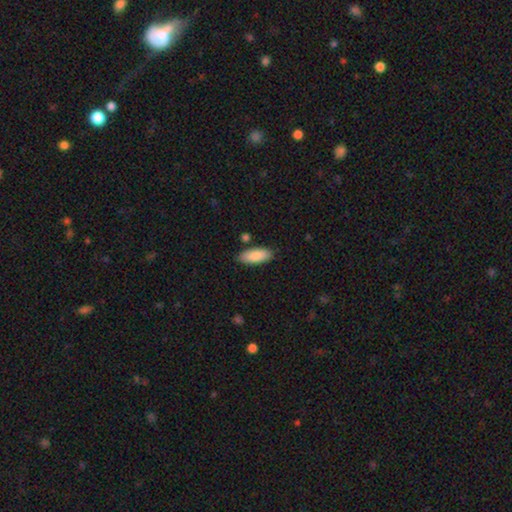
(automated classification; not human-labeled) A smooth galaxy with no disk features (87%) that is in between round and cigar-shaped (79%). Merging: none (82%).